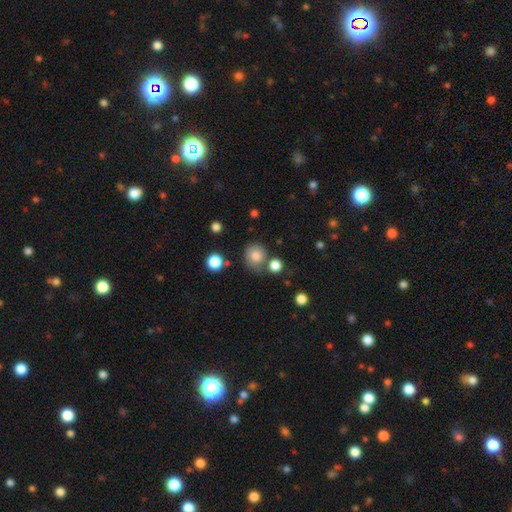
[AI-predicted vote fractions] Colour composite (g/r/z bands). It shows a smooth galaxy with no disk features (81%) that is round (83%). Merging: none (63%).